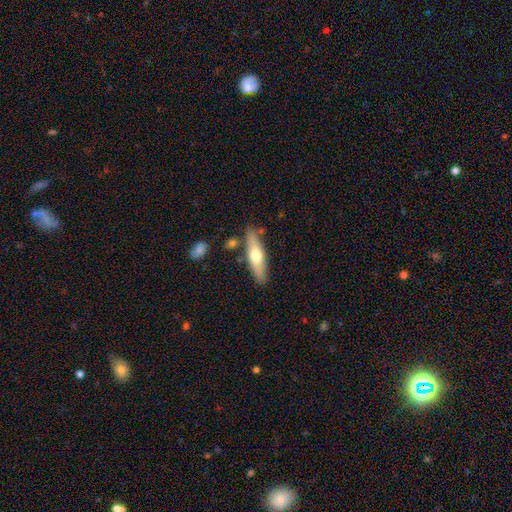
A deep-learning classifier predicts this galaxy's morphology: Smooth or featured? Predicted: smooth (p=0.55). How rounded? Predicted: cigar-shaped (p=0.67). Merging? Predicted: none (p=0.81).